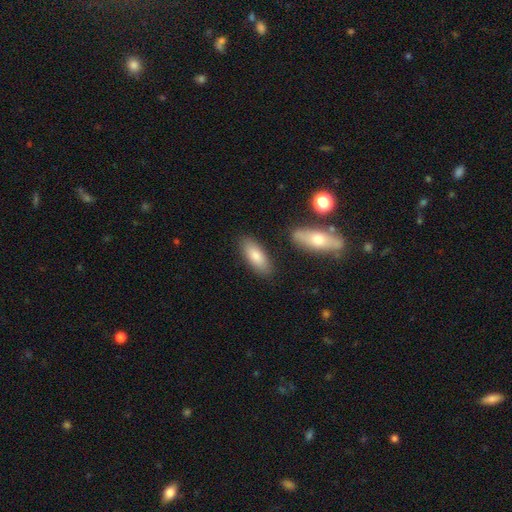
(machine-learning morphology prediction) This is likely a smooth galaxy (79%). How rounded: likely in between (77%). Merging: clearly none (83%).